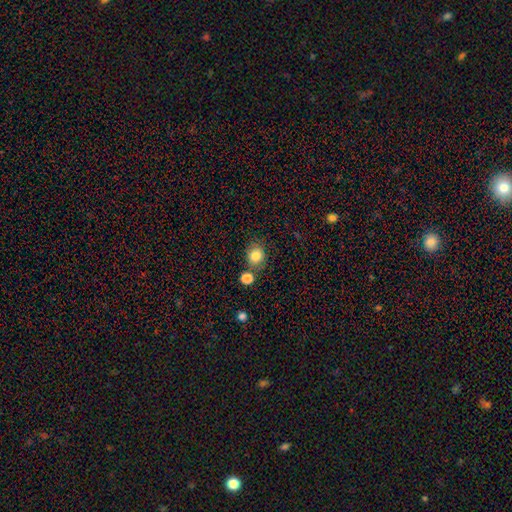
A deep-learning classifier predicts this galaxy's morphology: A smooth galaxy with no disk features (83%) that is round (71%).

Vote fractions:
- Smooth or featured? smooth: 83% / star or artifact: 11% / featured or disk: 6%
- How rounded? round: 71% / in between: 28% / cigar-shaped: 1%
- Merging? none: 73% / merger: 12% / minor disturbance: 12% / major disturbance: 3%